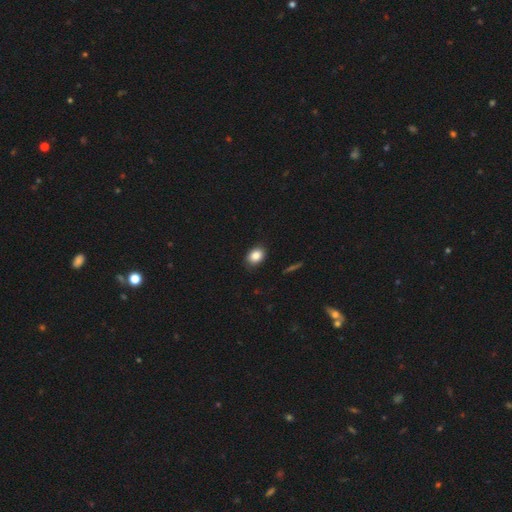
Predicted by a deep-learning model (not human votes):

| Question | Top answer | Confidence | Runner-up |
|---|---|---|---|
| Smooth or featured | smooth | 85% | star or artifact (9%) |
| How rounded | in between | 69% | round (30%) |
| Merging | none | 87% | minor disturbance (10%) |